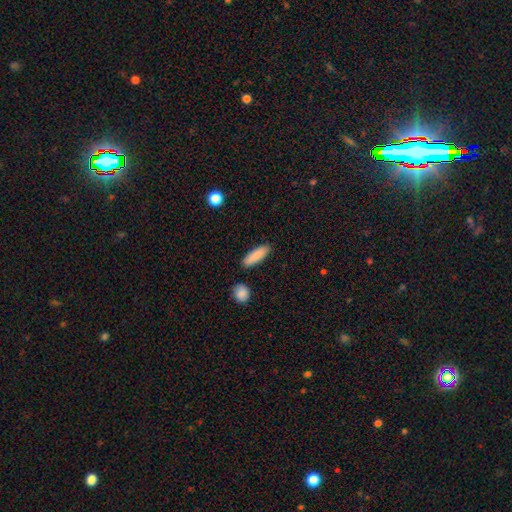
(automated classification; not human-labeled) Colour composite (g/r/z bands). It shows a smooth galaxy with no disk features (88%) that is in between round and cigar-shaped (54%). Merging: none (86%).